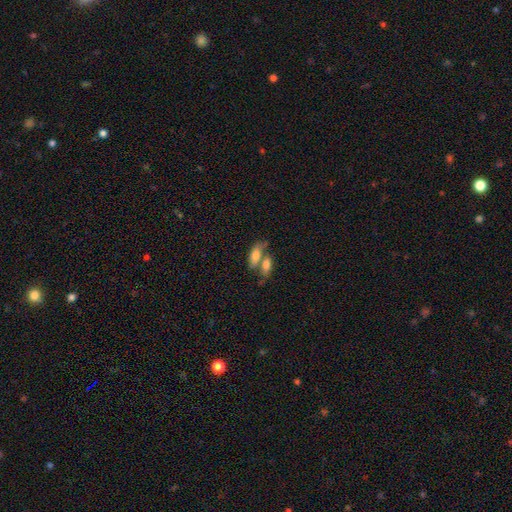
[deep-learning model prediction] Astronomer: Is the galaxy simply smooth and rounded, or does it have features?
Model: smooth — 71%.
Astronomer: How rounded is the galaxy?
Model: in between — 80%.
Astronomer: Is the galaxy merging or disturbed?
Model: merger — 55% (runner-up: none, 30%).